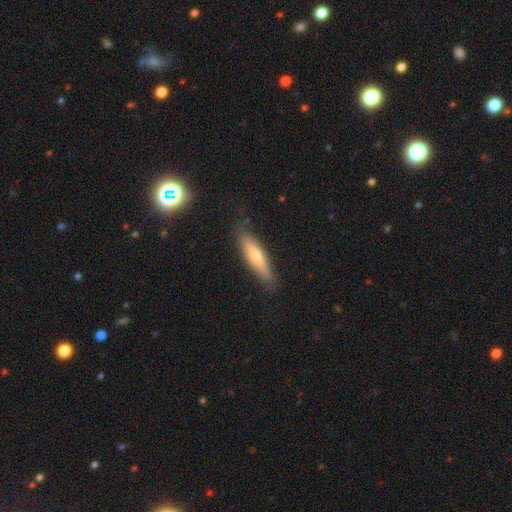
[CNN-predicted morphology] This appears to be a smooth galaxy with no disk features (56%) that is cigar-shaped (81%). Merging: none (82%).